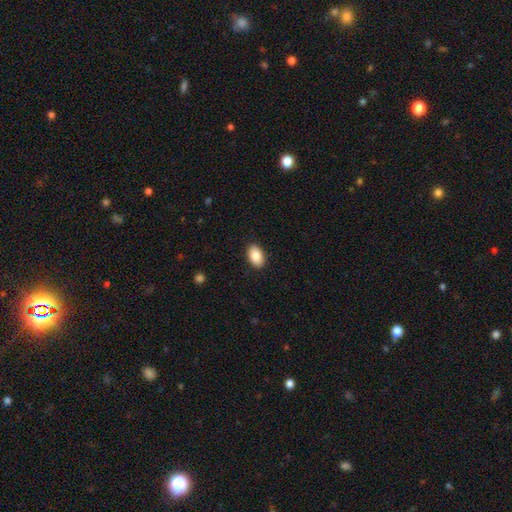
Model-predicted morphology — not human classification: smooth_or_featured: smooth (p=0.86) [alt: featured or disk p=0.07]
how_rounded: in between (p=0.91) [alt: round p=0.07]
merging: none (p=0.90) [alt: minor disturbance p=0.07]